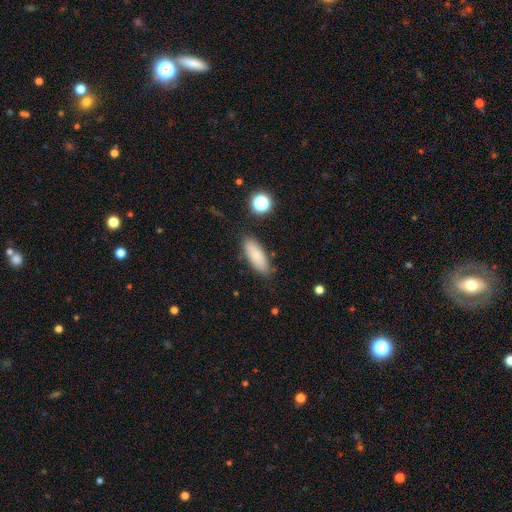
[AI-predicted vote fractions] Morphology: type=smooth (81%); roundness=in between (68%); merging=none (83%).